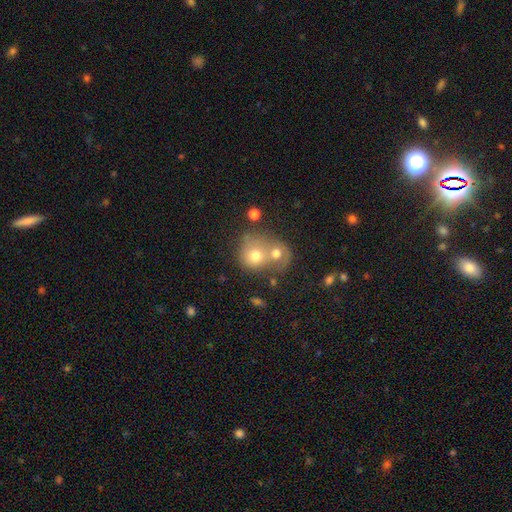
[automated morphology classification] A smooth galaxy with no disk features (65%) that is round (73%).

Vote fractions:
- Smooth or featured? smooth: 65% / featured or disk: 24% / star or artifact: 11%
- How rounded? round: 73% / in between: 26% / cigar-shaped: 1%
- Merging? merger: 69% / none: 20% / minor disturbance: 7% / major disturbance: 5%